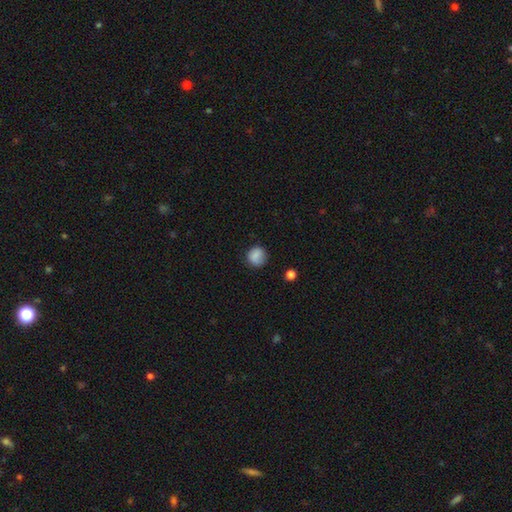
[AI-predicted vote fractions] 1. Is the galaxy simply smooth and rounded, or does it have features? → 85% smooth, 9% star or artifact, 6% featured or disk.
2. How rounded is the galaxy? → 86% round, 13% in between, 1% cigar-shaped.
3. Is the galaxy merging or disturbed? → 76% none, 17% minor disturbance, 5% major disturbance, 2% merger.